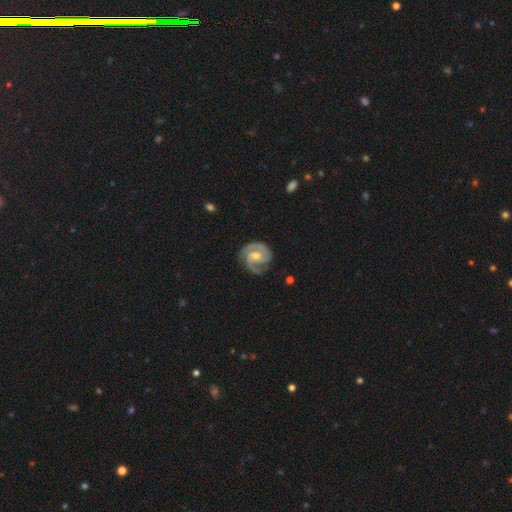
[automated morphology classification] This appears to be a featured or disk galaxy (91%) with no bar (50%), 2 (76%) tight (57%) spiral arms (98%) and a moderate central bulge (52%). Merging: none (77%).